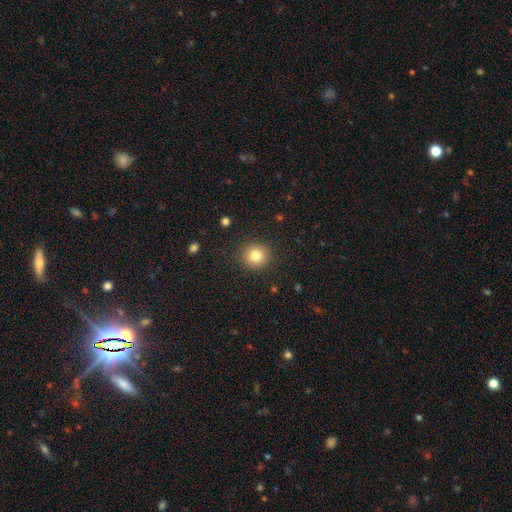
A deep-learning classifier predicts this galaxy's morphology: smooth-or-featured: smooth: 80% | star or artifact: 11% | featured or disk: 8%
  how-rounded: round: 92% | in between: 7% | cigar-shaped: 1%
  merging: none: 90% | minor disturbance: 6% | major disturbance: 2% | merger: 1%